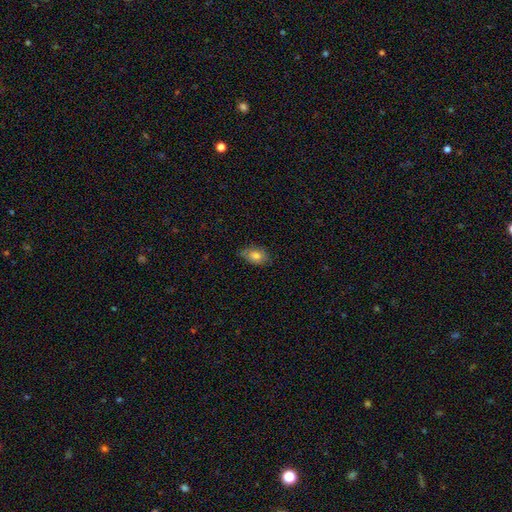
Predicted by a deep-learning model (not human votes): The model was most divided on "merging": none: 72%, minor disturbance: 23%, major disturbance: 4%, merger: 1%. More confident: how rounded — in between (87%); smooth or featured — smooth (79%).